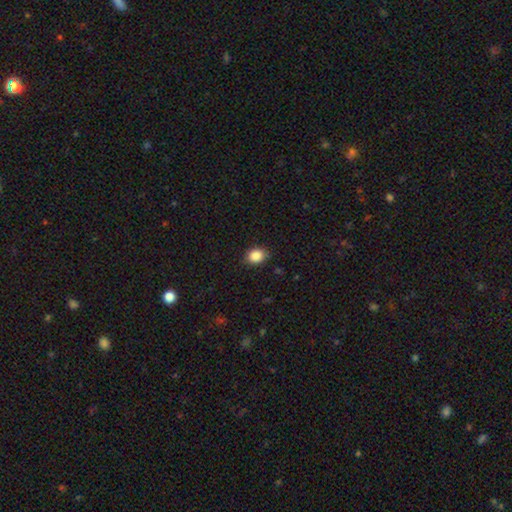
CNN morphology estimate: Smooth or featured? Predicted: smooth (p=0.88). How rounded? Predicted: round (p=0.51). Merging? Predicted: none (p=0.83).